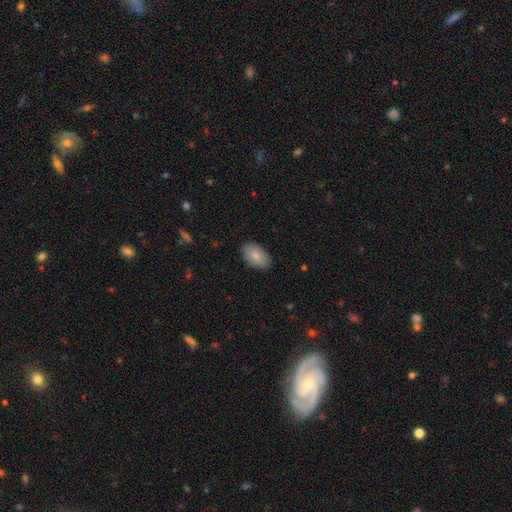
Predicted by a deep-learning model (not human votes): smooth_or_featured: smooth (p=0.84) [alt: featured or disk p=0.09]
how_rounded: in between (p=0.92) [alt: round p=0.06]
merging: none (p=0.87) [alt: minor disturbance p=0.10]